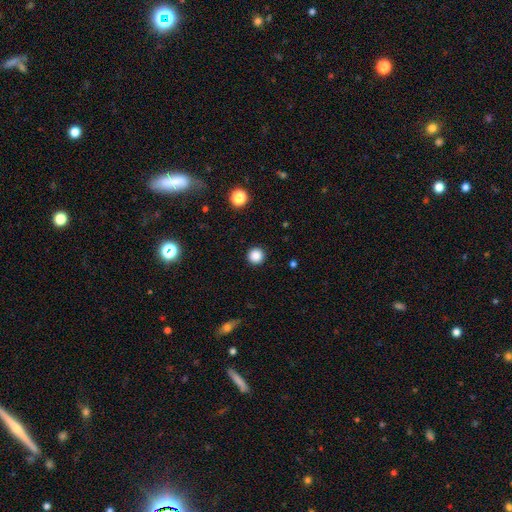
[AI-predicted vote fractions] This is clearly a smooth galaxy (86%). How rounded: clearly round (96%). Merging: clearly none (93%).